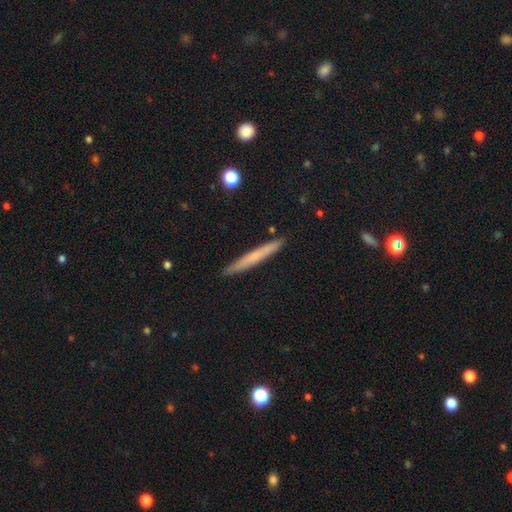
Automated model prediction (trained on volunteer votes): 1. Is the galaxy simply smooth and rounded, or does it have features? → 57% smooth, 36% featured or disk, 7% star or artifact.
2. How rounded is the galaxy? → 96% cigar-shaped, 2% in between, 1% round.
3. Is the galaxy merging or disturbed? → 90% none, 7% minor disturbance, 1% major disturbance, 1% merger.